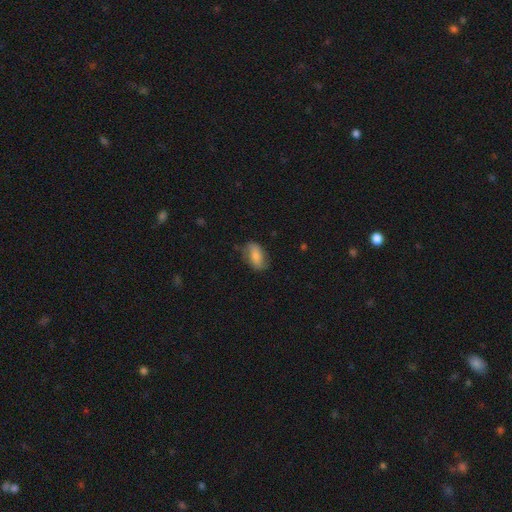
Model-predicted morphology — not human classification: Smooth or featured: smooth — 67% (featured or disk — 26%)
How rounded: in between — 90% (round — 7%)
Merging: none — 66% (minor disturbance — 25%)